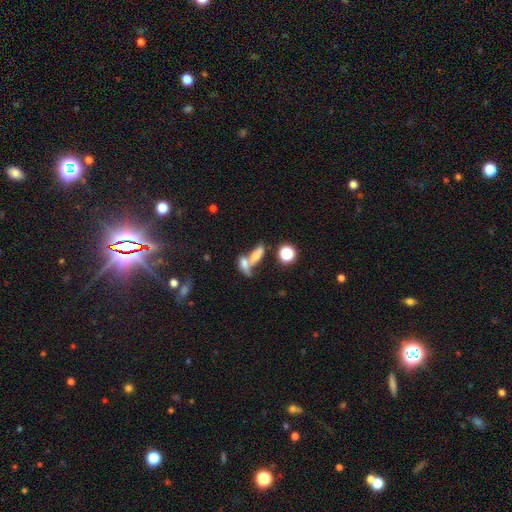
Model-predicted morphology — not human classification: The model was most divided on "smooth or featured": smooth: 58%, featured or disk: 27%, star or artifact: 15%. More confident: how rounded — in between (63%); merging — merger (62%).